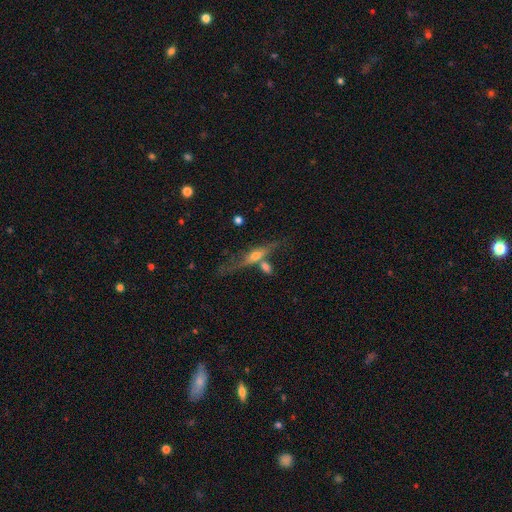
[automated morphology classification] Smooth or featured? Predicted: featured or disk (p=0.62). Edge-on disk? Predicted: yes (p=0.81). Edge-on bulge? Predicted: rounded (p=0.87). Merging? Predicted: none (p=0.47).